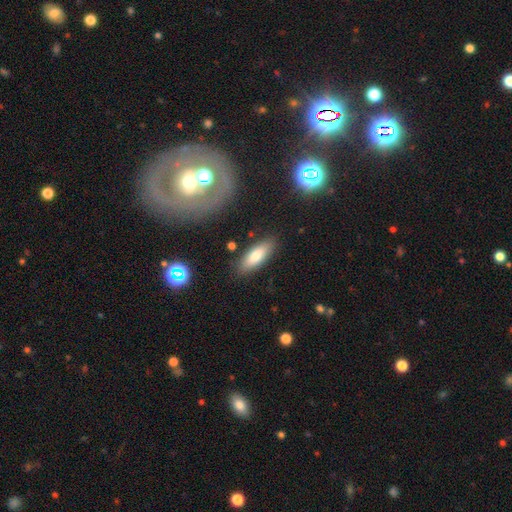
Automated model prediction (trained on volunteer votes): Smooth or featured? smooth (76%)
How rounded? in between (65%)
Merging? none (84%)